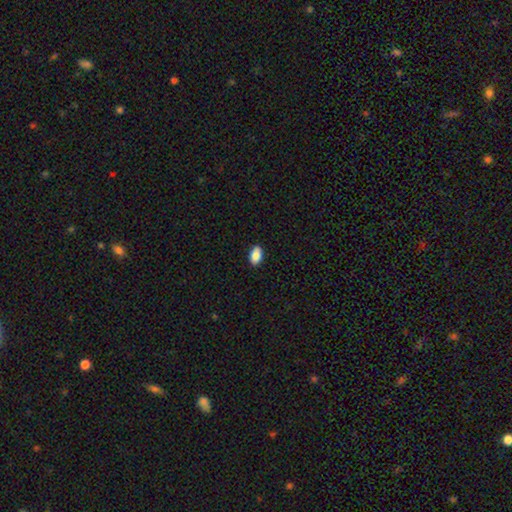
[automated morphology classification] The model was most divided on "merging": none: 87%, minor disturbance: 10%, major disturbance: 2%, merger: 1%. More confident: how rounded — in between (91%); smooth or featured — smooth (85%).